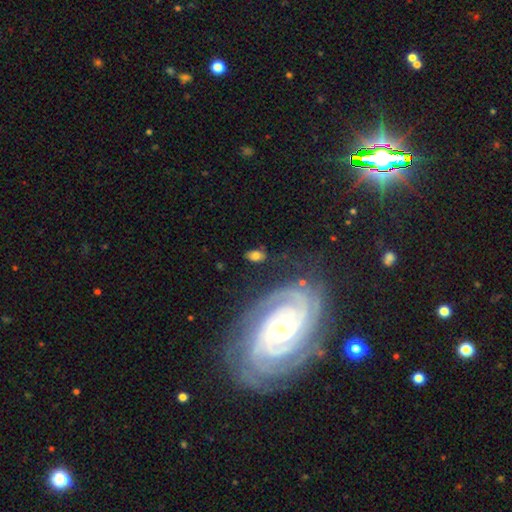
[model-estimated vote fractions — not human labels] Smooth or featured? Predicted: smooth (p=0.63). How rounded? Predicted: in between (p=0.87). Merging? Predicted: none (p=0.71).